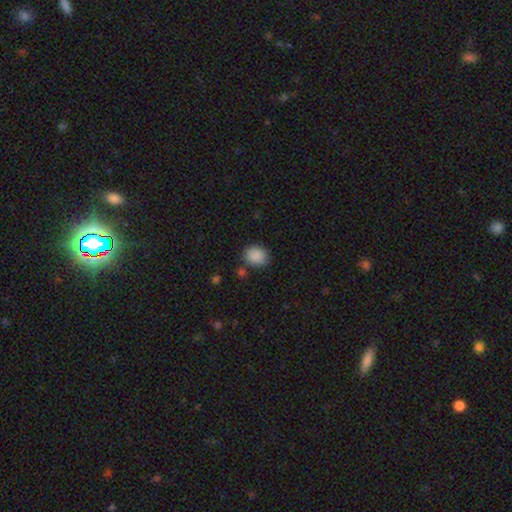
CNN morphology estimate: type=smooth (88%); roundness=round (55%); merging=none (79%).